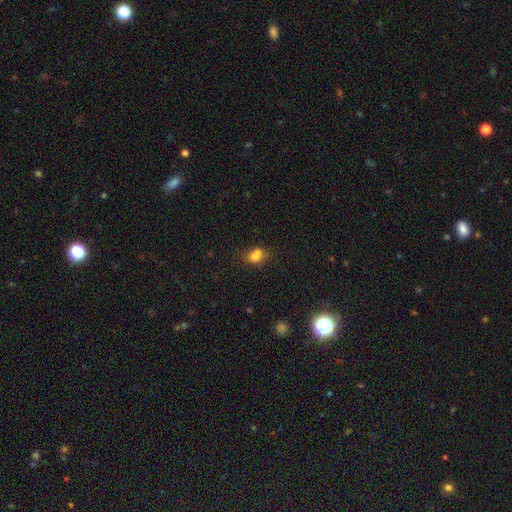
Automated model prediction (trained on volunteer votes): Overall: smooth (73%). How rounded: in between (50%; round 48%). Merging: none (42%; merger 35%).